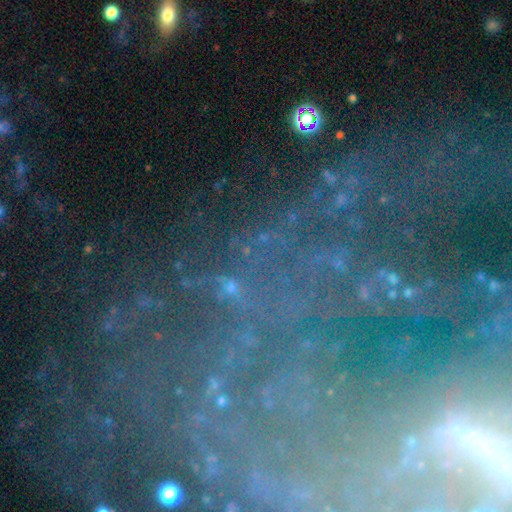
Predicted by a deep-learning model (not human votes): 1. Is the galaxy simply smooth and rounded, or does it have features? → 63% star or artifact, 26% featured or disk, 11% smooth.